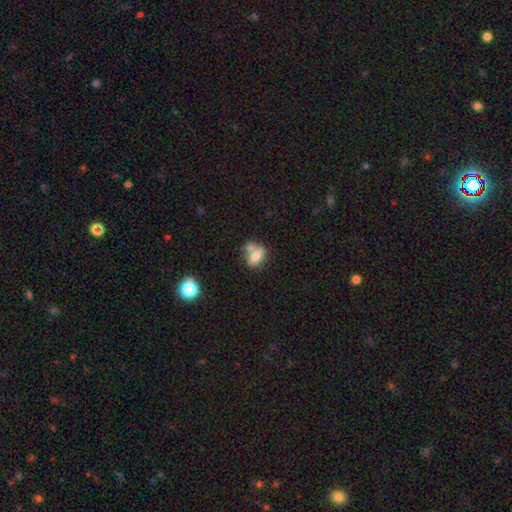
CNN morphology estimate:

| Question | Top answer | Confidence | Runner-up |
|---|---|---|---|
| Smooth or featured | smooth | 74% | featured or disk (17%) |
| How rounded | in between | 77% | round (18%) |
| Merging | merger | 46% | none (35%) |